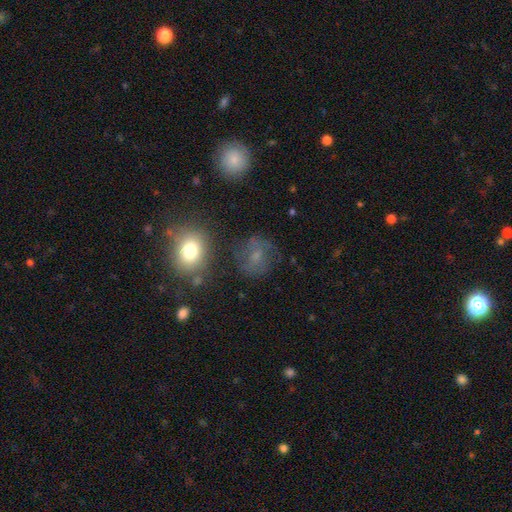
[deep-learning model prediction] This is possibly a smooth galaxy (49%). Merging: likely none (67%).